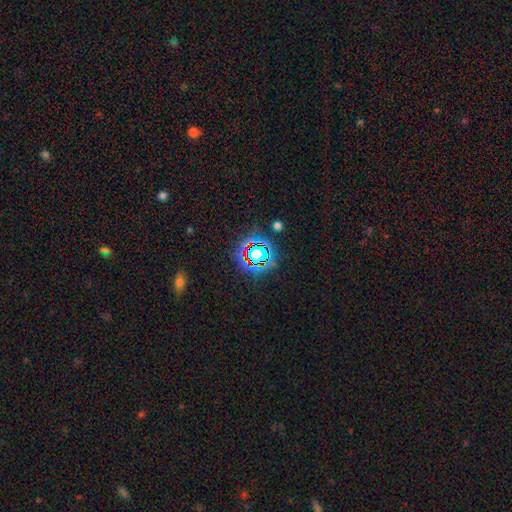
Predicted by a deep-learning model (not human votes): Overall: star or artifact (64%).